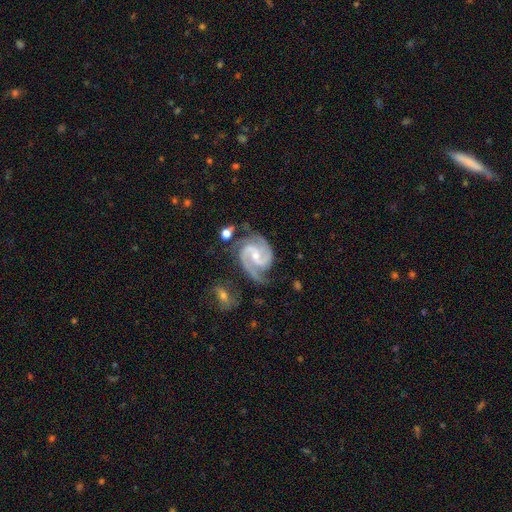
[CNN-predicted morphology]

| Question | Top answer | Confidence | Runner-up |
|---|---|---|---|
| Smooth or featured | featured or disk | 93% | star or artifact (4%) |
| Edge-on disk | no | 98% | yes (2%) |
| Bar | weak | 45% | no (33%) |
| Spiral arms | yes | 99% | no (1%) |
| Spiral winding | medium | 55% | tight (36%) |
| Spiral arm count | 2 | 77% | 3 (15%) |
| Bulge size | small | 61% | moderate (35%) |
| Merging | none | 66% | minor disturbance (21%) |